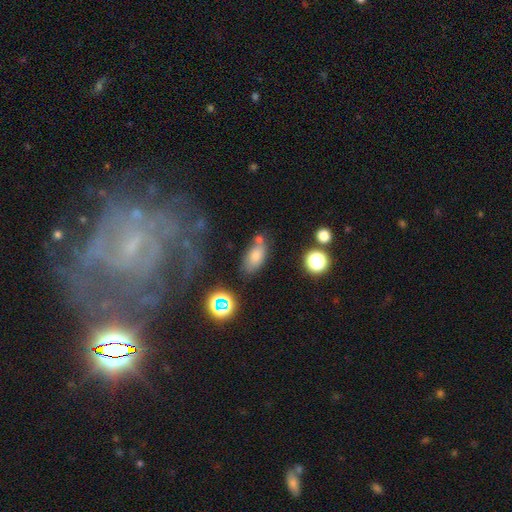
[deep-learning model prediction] Smooth or featured? Predicted: smooth (p=0.73). How rounded? Predicted: in between (p=0.88). Merging? Predicted: none (p=0.60).